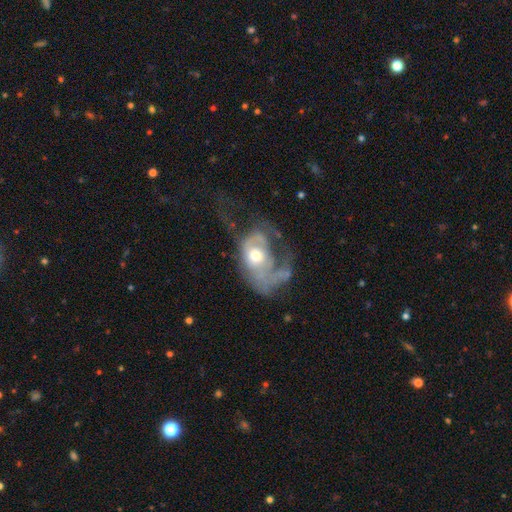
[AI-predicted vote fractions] Smooth or featured? Predicted: featured or disk (p=0.65). Edge-on disk? Predicted: no (p=0.96). Bar? Predicted: no (p=0.79). Spiral arms? Predicted: yes (p=0.51). Bulge size? Predicted: moderate (p=0.66). Merging? Predicted: major disturbance (p=0.58).